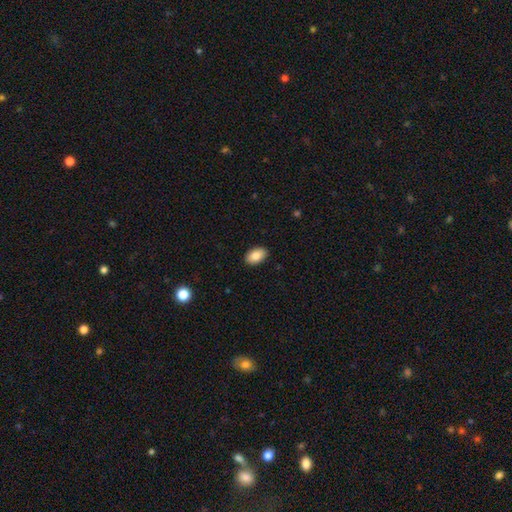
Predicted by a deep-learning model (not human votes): A smooth galaxy with no disk features (86%) that is in between round and cigar-shaped (91%). Merging: none (90%).